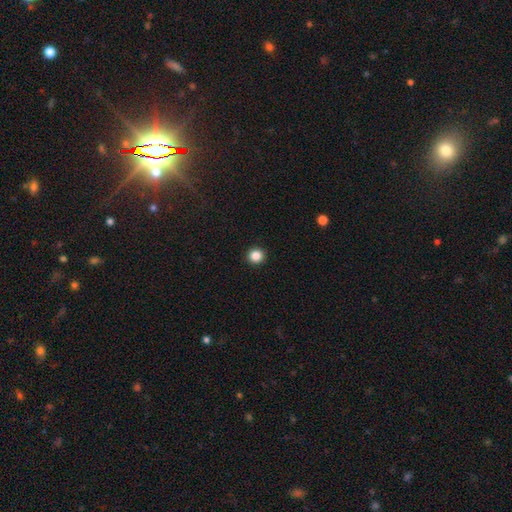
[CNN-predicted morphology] This appears to be a smooth galaxy with no disk features (86%) that is round (95%). Merging: none (94%).